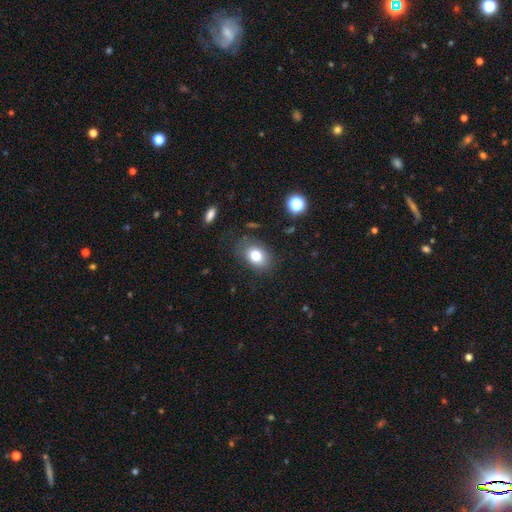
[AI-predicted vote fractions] Smooth or featured? smooth (77%)
How rounded? in between (67%)
Merging? none (79%)